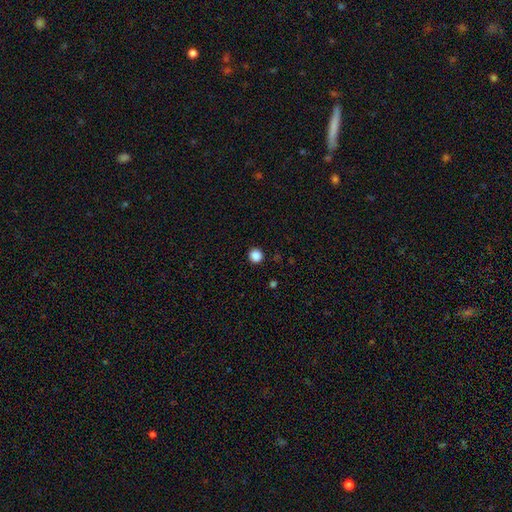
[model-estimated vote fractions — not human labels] A smooth galaxy with no disk features (87%) that is round (94%).

Vote fractions:
- Smooth or featured? smooth: 87% / star or artifact: 11% / featured or disk: 2%
- How rounded? round: 94% / in between: 5% / cigar-shaped: 1%
- Merging? none: 92% / minor disturbance: 5% / major disturbance: 2% / merger: 1%